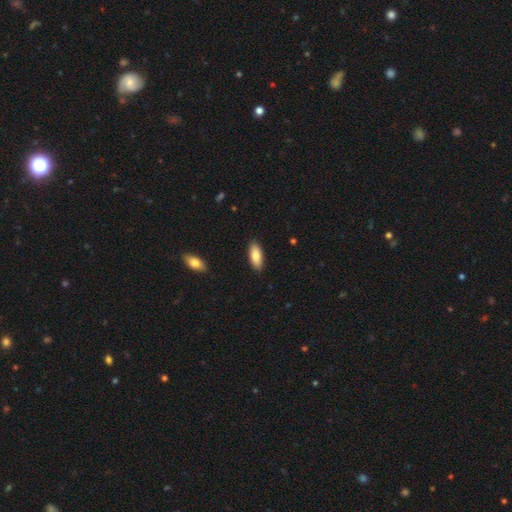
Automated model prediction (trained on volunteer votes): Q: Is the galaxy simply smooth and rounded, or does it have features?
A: smooth — 84%.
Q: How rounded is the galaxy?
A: in between — 80%.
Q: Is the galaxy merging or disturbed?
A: none — 89%.